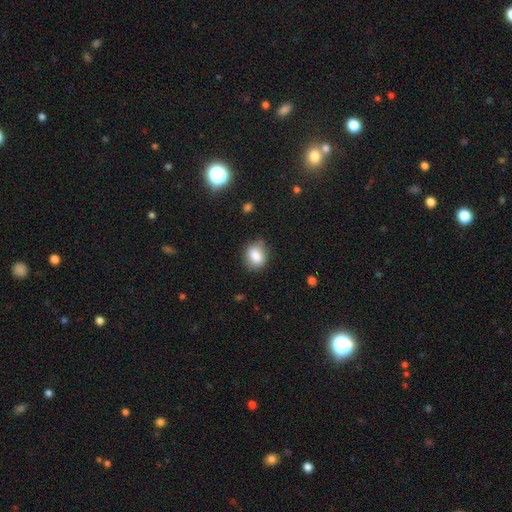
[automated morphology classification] The model was most divided on "how rounded": in between: 54%, round: 44%, cigar-shaped: 2%. More confident: smooth or featured — smooth (82%); merging — none (77%).